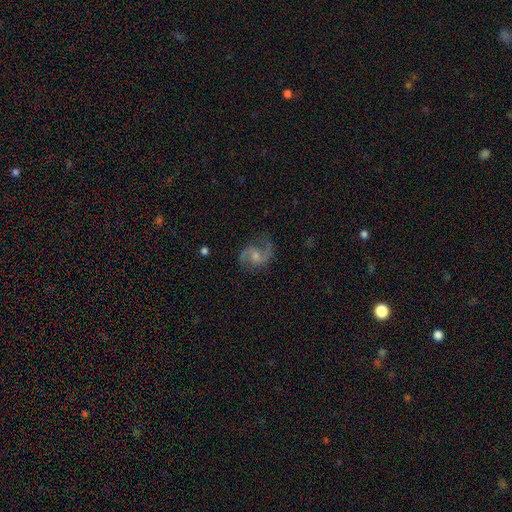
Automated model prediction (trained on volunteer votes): This is clearly a featured or disk galaxy (87%). It is clearly not viewed edge-on (98%). Bar: possibly no (54%). Spiral arm pattern: clearly yes (97%). Spiral arm count: clearly 2 (92%). Spiral winding: possibly medium (54%). Central bulge: possibly small (46%). Merging: likely none (78%).